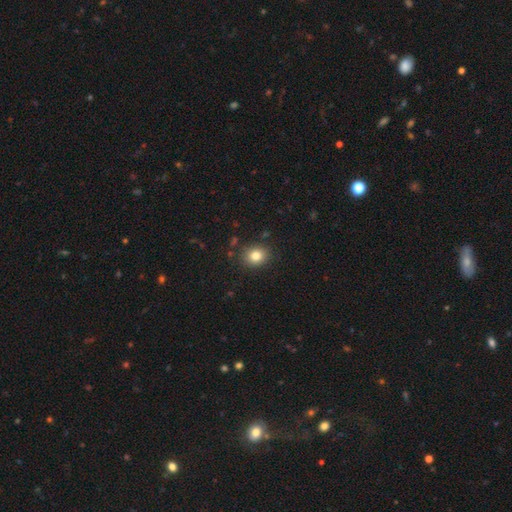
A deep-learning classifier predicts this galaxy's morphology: Q: Smooth or featured?
A: smooth (82%); runner-up: star or artifact (11%)
Q: How rounded?
A: round (67%); runner-up: in between (32%)
Q: Merging?
A: none (87%); runner-up: minor disturbance (9%)